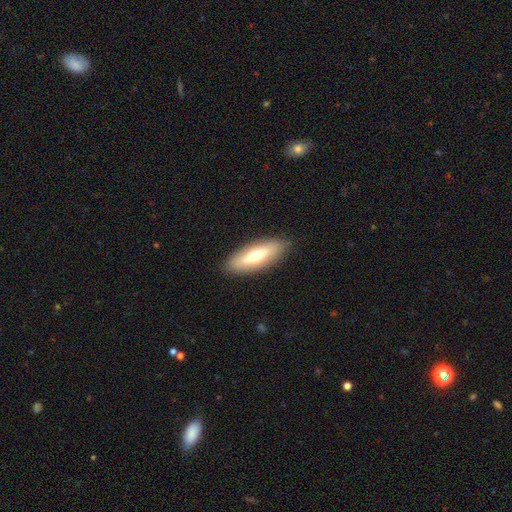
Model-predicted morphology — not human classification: This appears to be a smooth galaxy with no disk features (57%) that is in between round and cigar-shaped (65%). Merging: none (87%).